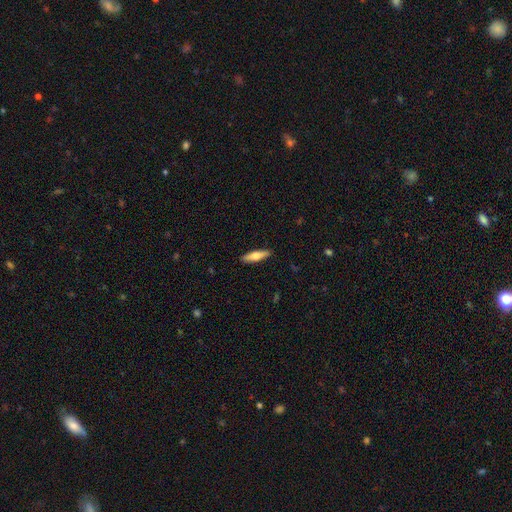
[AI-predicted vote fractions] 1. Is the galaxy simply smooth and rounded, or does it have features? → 60% smooth, 34% featured or disk, 6% star or artifact.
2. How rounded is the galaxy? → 69% cigar-shaped, 29% in between, 2% round.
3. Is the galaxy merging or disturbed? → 90% none, 7% minor disturbance, 2% major disturbance, 1% merger.